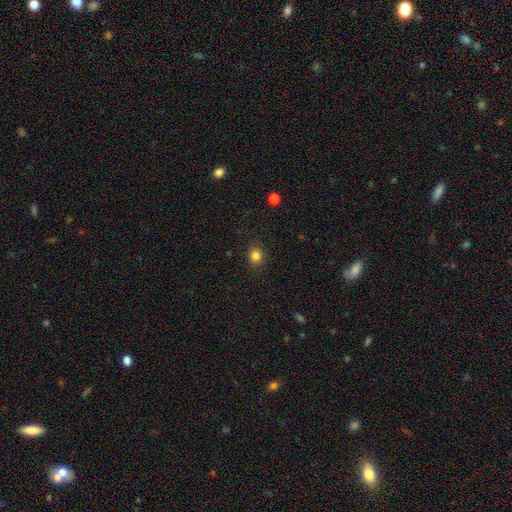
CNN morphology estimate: Smooth or featured? smooth (83%)
How rounded? round (78%)
Merging? none (89%)